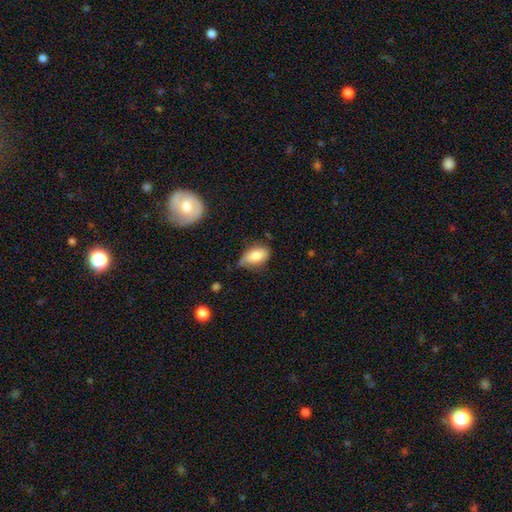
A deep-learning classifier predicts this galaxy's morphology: Smooth or featured? smooth (78%)
How rounded? in between (90%)
Merging? none (44%)